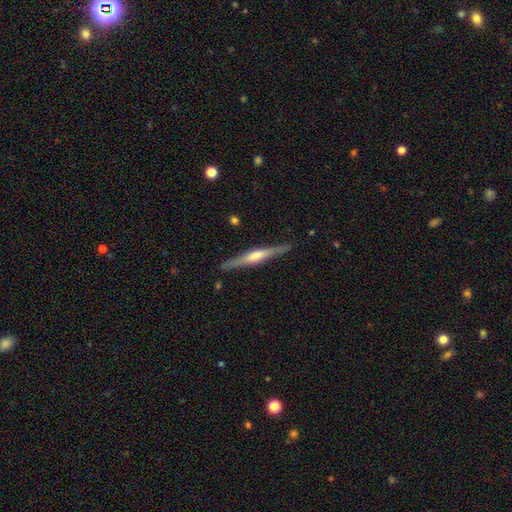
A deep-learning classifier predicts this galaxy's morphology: Q: Smooth or featured?
A: featured or disk (75%); runner-up: smooth (19%)
Q: Edge-on disk?
A: yes (98%); runner-up: no (2%)
Q: Edge-on bulge?
A: rounded (75%); runner-up: boxy (15%)
Q: Merging?
A: none (89%); runner-up: minor disturbance (8%)